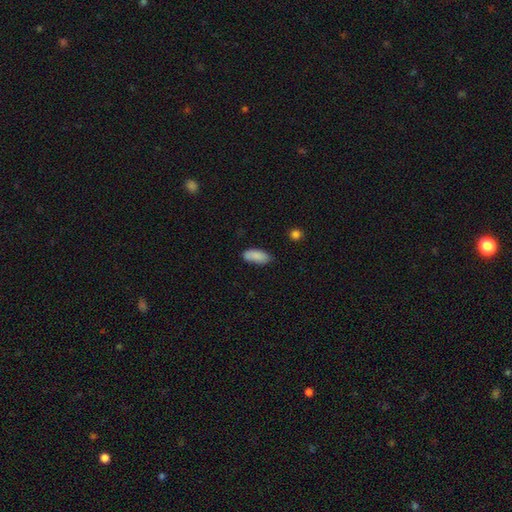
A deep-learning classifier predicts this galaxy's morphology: smooth-or-featured: smooth: 87% | star or artifact: 7% | featured or disk: 6%
  how-rounded: in between: 85% | cigar-shaped: 13% | round: 2%
  merging: none: 75% | minor disturbance: 20% | major disturbance: 3% | merger: 2%